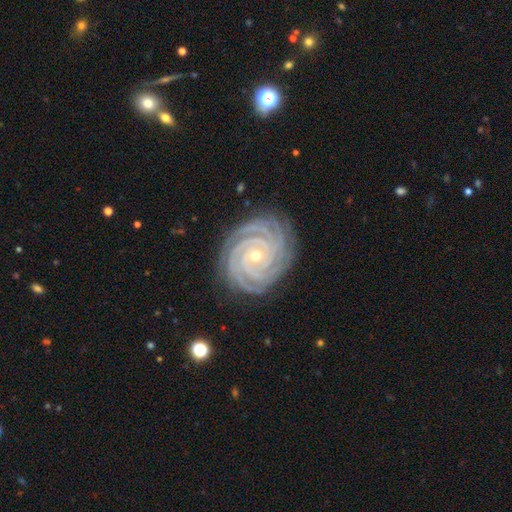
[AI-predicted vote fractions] This is clearly a featured or disk galaxy (93%). It is clearly not viewed edge-on (98%). Bar: likely no (63%). Spiral arm pattern: clearly yes (99%). Spiral arm count: marginally 4 (30%). Spiral winding: clearly tight (90%). Central bulge: likely small (61%). Merging: clearly none (84%).